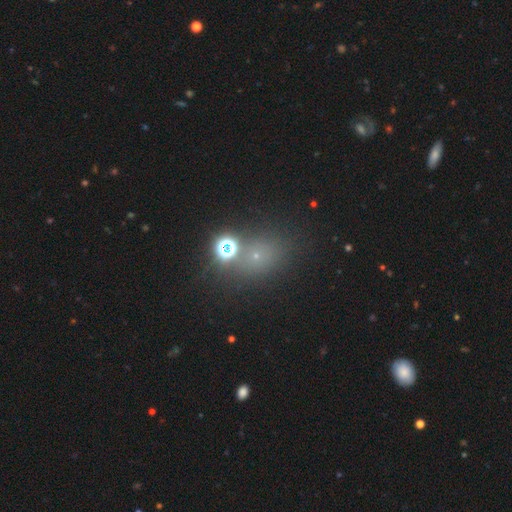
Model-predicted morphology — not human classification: smooth_or_featured: smooth (p=0.46) [alt: star or artifact p=0.44]
merging: none (p=0.71) [alt: merger p=0.14]